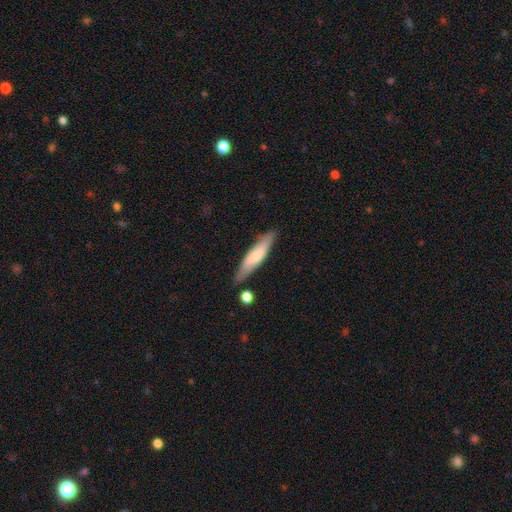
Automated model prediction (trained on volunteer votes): A smooth galaxy with no disk features (60%) that is cigar-shaped (80%).

Vote fractions:
- Smooth or featured? smooth: 60% / featured or disk: 35% / star or artifact: 6%
- How rounded? cigar-shaped: 80% / in between: 19% / round: 1%
- Merging? none: 79% / minor disturbance: 14% / merger: 4% / major disturbance: 3%